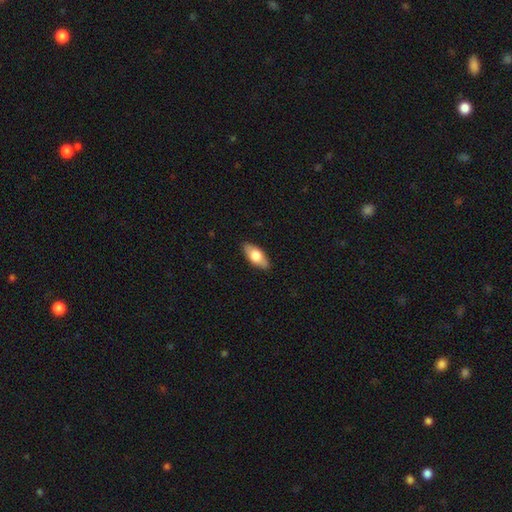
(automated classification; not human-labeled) Smooth or featured? smooth (69%)
How rounded? in between (86%)
Merging? none (88%)